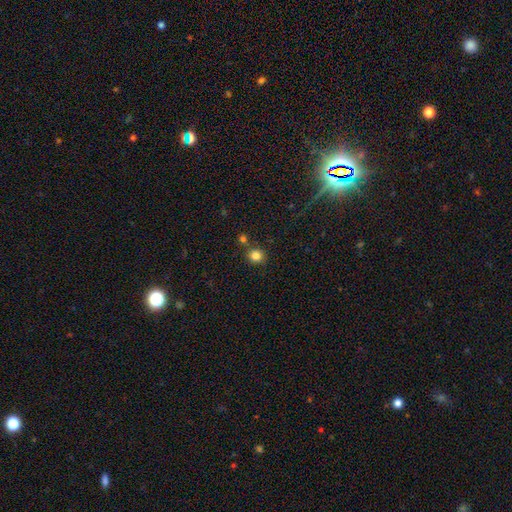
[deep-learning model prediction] smooth_or_featured: smooth (p=0.82) [alt: star or artifact p=0.13]
how_rounded: round (p=0.90) [alt: in between p=0.09]
merging: none (p=0.77) [alt: merger p=0.12]